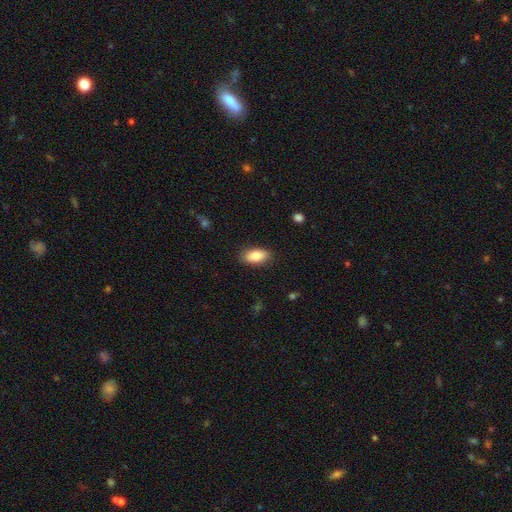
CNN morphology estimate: This is clearly a smooth galaxy (83%). How rounded: clearly in between (90%). Merging: clearly none (87%).